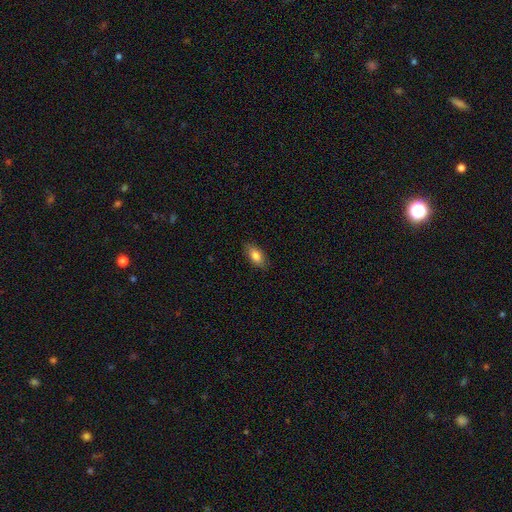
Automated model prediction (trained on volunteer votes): The model was most divided on "smooth or featured": smooth: 82%, featured or disk: 11%, star or artifact: 7%. More confident: how rounded — in between (89%); merging — none (86%).